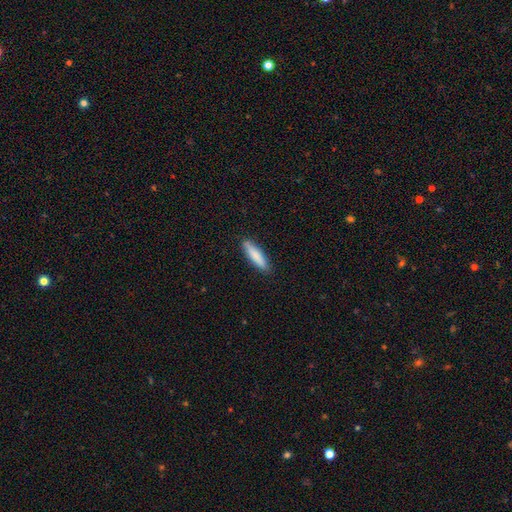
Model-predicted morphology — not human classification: Q: Smooth or featured?
A: smooth (80%); runner-up: featured or disk (14%)
Q: How rounded?
A: cigar-shaped (76%); runner-up: in between (23%)
Q: Merging?
A: none (89%); runner-up: minor disturbance (8%)